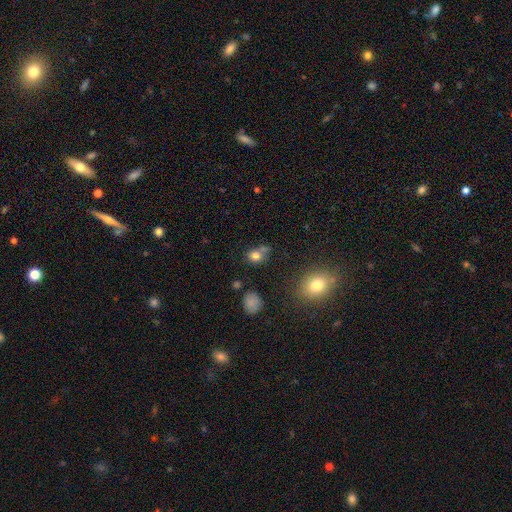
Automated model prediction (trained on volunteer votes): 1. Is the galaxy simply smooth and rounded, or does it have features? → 77% smooth, 13% star or artifact, 9% featured or disk.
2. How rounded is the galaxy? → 57% round, 41% in between, 1% cigar-shaped.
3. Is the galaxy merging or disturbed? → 50% none, 28% merger, 16% minor disturbance, 6% major disturbance.